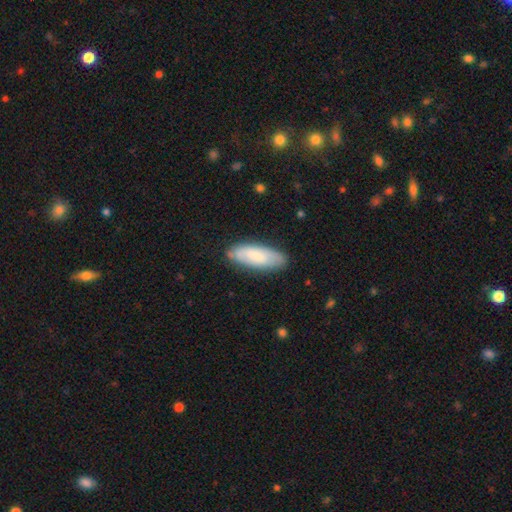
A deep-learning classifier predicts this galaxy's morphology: This appears to be a smooth galaxy with no disk features (71%) that is in between round and cigar-shaped (69%). Merging: none (80%).